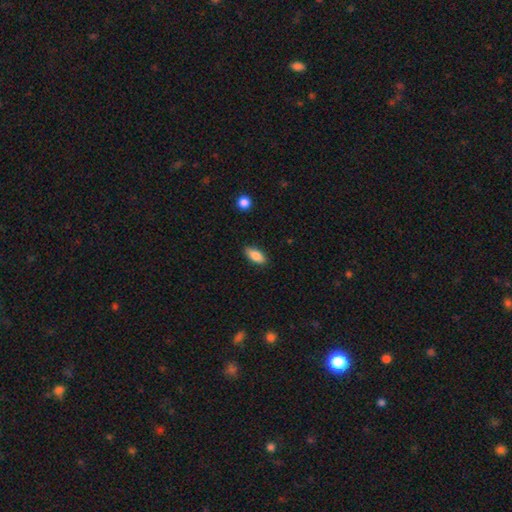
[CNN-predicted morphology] Smooth or featured?
  - smooth: 85% *
  - featured or disk: 8%
  - star or artifact: 7%
How rounded?
  - in between: 85% *
  - cigar-shaped: 12%
  - round: 3%
Merging?
  - none: 87% *
  - minor disturbance: 10%
  - major disturbance: 2%
  - merger: 1%